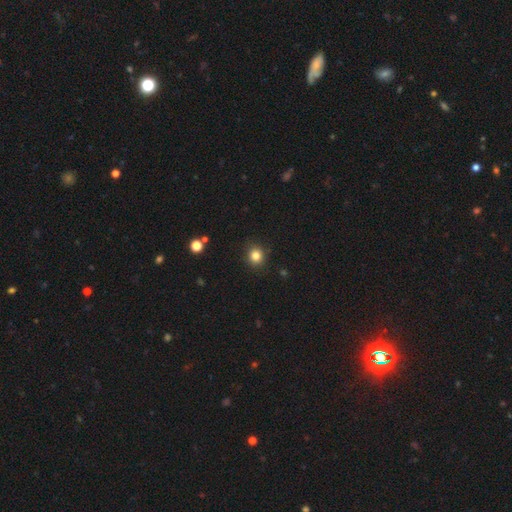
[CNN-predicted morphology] A smooth galaxy with no disk features (83%) that is round (86%).

Vote fractions:
- Smooth or featured? smooth: 83% / star or artifact: 12% / featured or disk: 5%
- How rounded? round: 86% / in between: 13% / cigar-shaped: 1%
- Merging? none: 89% / minor disturbance: 7% / major disturbance: 2% / merger: 1%